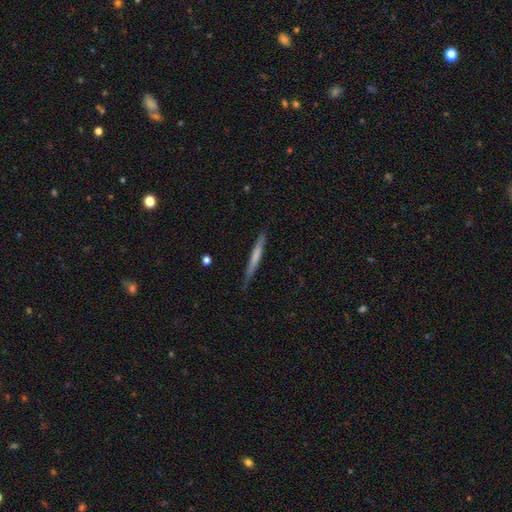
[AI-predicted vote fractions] smooth_or_featured: smooth (p=0.55) [alt: featured or disk p=0.39]
how_rounded: cigar-shaped (p=0.96) [alt: in between p=0.03]
merging: none (p=0.83) [alt: minor disturbance p=0.14]